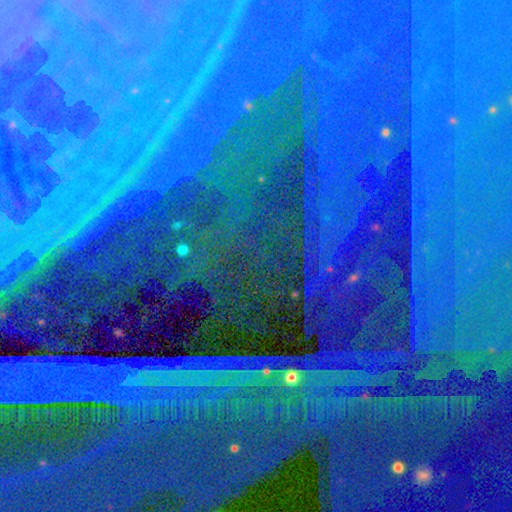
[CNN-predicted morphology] Smooth or featured? Predicted: star or artifact (p=0.86).